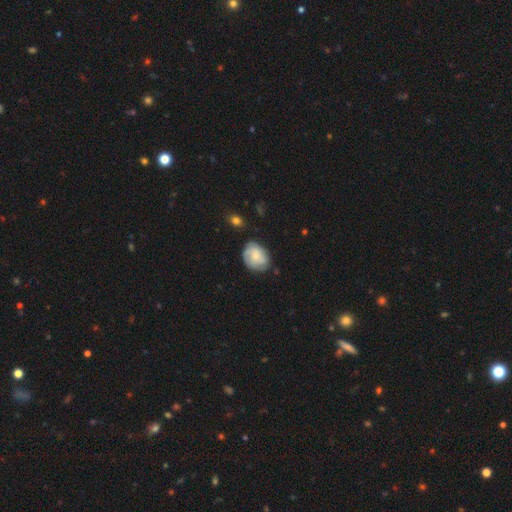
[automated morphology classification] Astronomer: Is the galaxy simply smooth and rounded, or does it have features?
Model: smooth — 49% (runner-up: featured or disk, 44%).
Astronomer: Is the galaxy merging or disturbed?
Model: none — 67%.